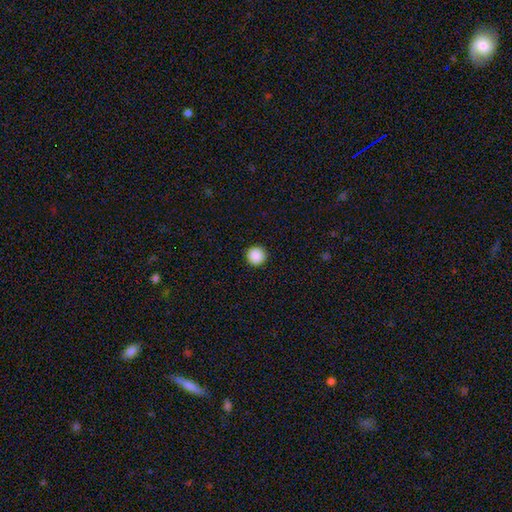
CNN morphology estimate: A smooth galaxy with no disk features (89%) that is round (96%). Merging: none (93%).